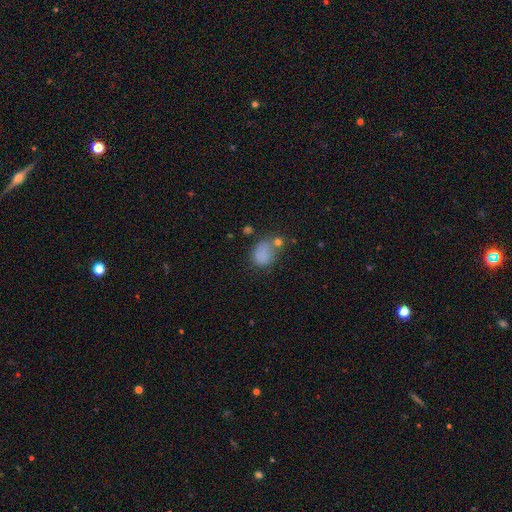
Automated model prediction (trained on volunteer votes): Smooth or featured? smooth (69%)
How rounded? round (54%)
Merging? none (53%)